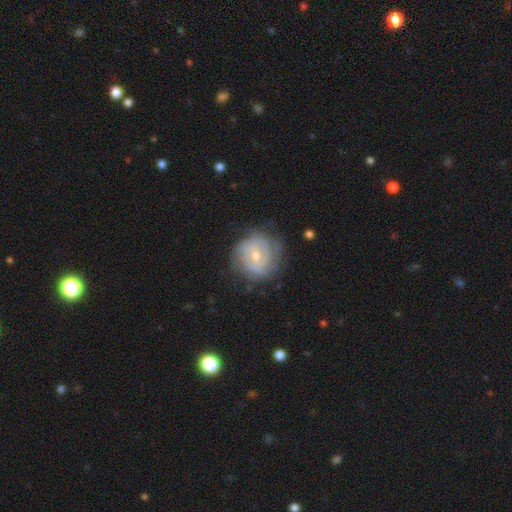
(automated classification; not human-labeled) smooth_or_featured: featured or disk (p=0.76) [alt: smooth p=0.18]
disk_edge_on: no (p=0.97) [alt: yes p=0.03]
bar: weak (p=0.47) [alt: no p=0.43]
has_spiral_arms: yes (p=0.87) [alt: no p=0.13]
spiral_winding: tight (p=0.71) [alt: medium p=0.22]
spiral_arm_count: can't tell (p=0.38) [alt: 2 p=0.35]
bulge_size: moderate (p=0.55) [alt: small p=0.42]
merging: none (p=0.76) [alt: minor disturbance p=0.17]